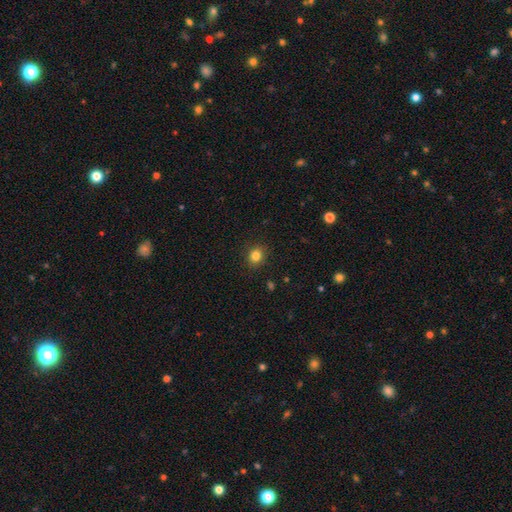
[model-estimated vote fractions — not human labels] Smooth or featured? Predicted: smooth (p=0.83). How rounded? Predicted: round (p=0.71). Merging? Predicted: none (p=0.89).